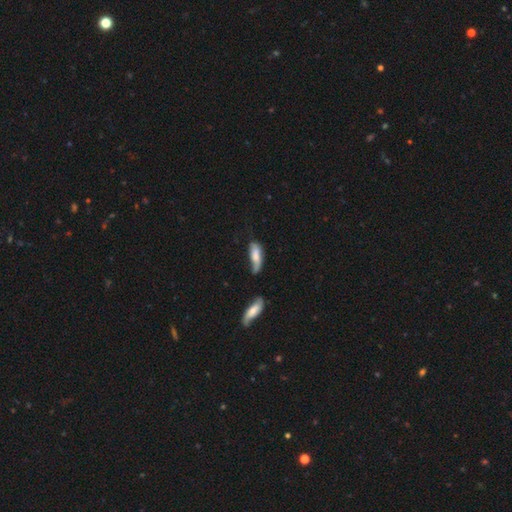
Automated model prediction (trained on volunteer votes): smooth 69%, featured or disk 24%, star or artifact 7%. Down the decision tree: how rounded — in between (63%); merging — minor disturbance (35%).